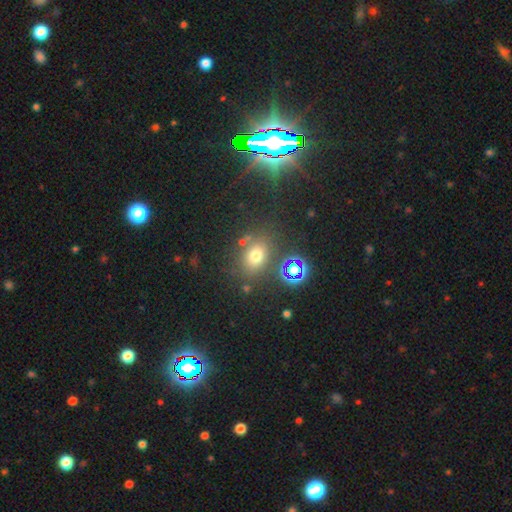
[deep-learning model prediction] A smooth galaxy with no disk features (66%) that is in between round and cigar-shaped (51%).

Vote fractions:
- Smooth or featured? smooth: 66% / star or artifact: 23% / featured or disk: 11%
- How rounded? in between: 51% / round: 47% / cigar-shaped: 1%
- Merging? none: 74% / minor disturbance: 13% / merger: 8% / major disturbance: 6%